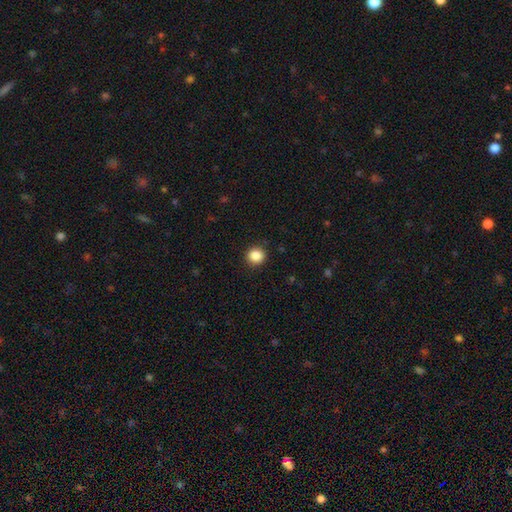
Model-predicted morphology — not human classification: A smooth galaxy with no disk features (86%) that is round (92%). Merging: none (91%).